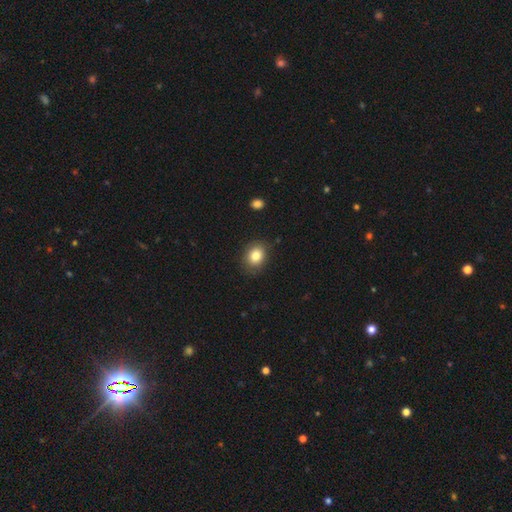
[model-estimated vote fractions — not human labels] This is clearly a smooth galaxy (82%). How rounded: possibly round (57%). Merging: clearly none (85%).